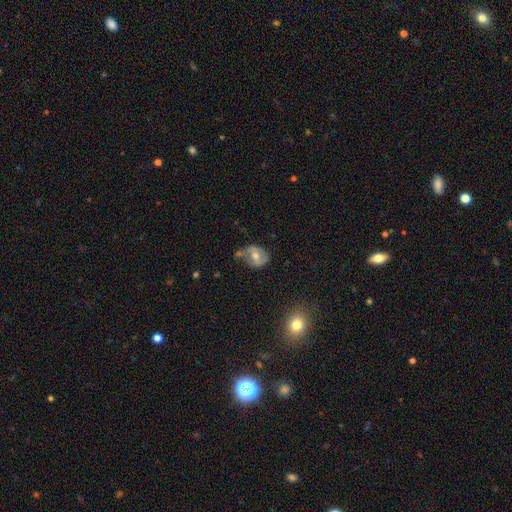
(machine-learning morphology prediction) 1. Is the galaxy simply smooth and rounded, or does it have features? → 50% featured or disk, 40% smooth, 9% star or artifact.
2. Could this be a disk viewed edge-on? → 95% no, 5% yes.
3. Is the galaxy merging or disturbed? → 47% none, 31% minor disturbance, 15% major disturbance, 8% merger.